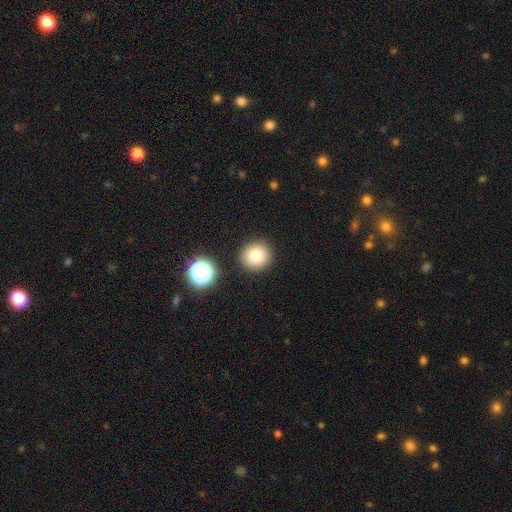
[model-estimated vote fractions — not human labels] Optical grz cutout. It shows a smooth galaxy with no disk features (84%) that is round (90%). Merging: none (87%).